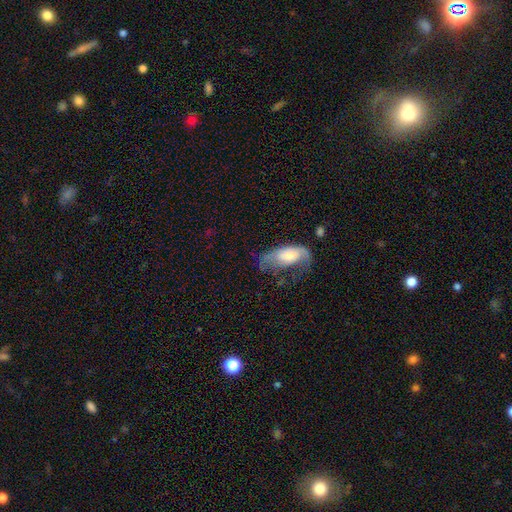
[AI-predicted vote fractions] Smooth or featured?
  - smooth: 50% *
  - featured or disk: 42%
  - star or artifact: 8%
Merging?
  - major disturbance: 41% *
  - none: 28%
  - minor disturbance: 26%
  - merger: 6%